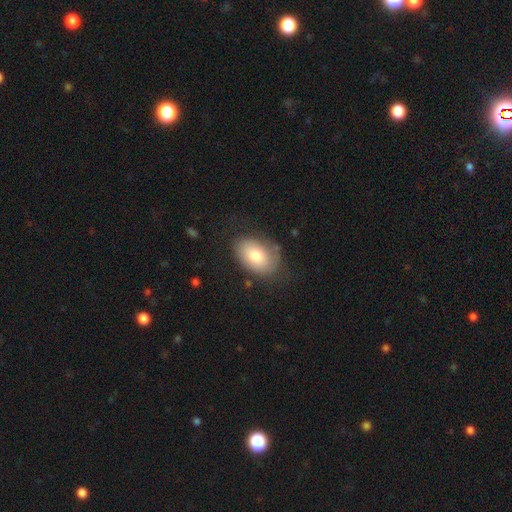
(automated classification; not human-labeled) Overall: smooth (72%). How rounded: in between (86%). Merging: none (69%).